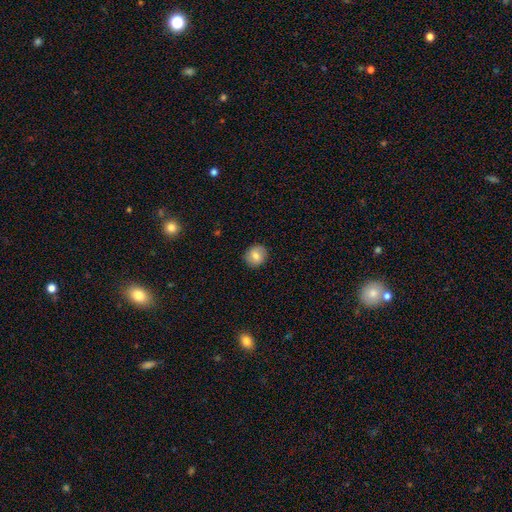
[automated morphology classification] Smooth or featured?
  - smooth: 77% *
  - featured or disk: 15%
  - star or artifact: 9%
How rounded?
  - round: 82% *
  - in between: 17%
  - cigar-shaped: 1%
Merging?
  - none: 89% *
  - minor disturbance: 8%
  - major disturbance: 2%
  - merger: 1%